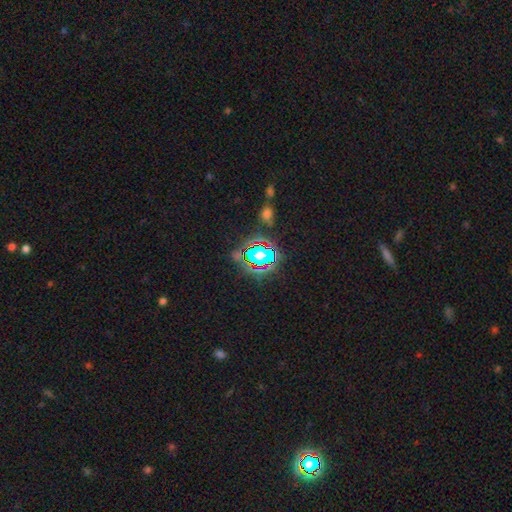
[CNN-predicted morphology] The model was most divided on "smooth or featured": star or artifact: 77%, smooth: 13%, featured or disk: 10%.